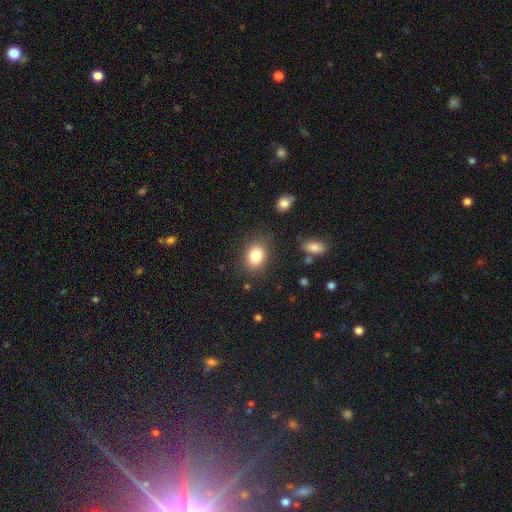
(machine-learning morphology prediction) A smooth galaxy with no disk features (84%) that is in between round and cigar-shaped (62%). Merging: none (81%).